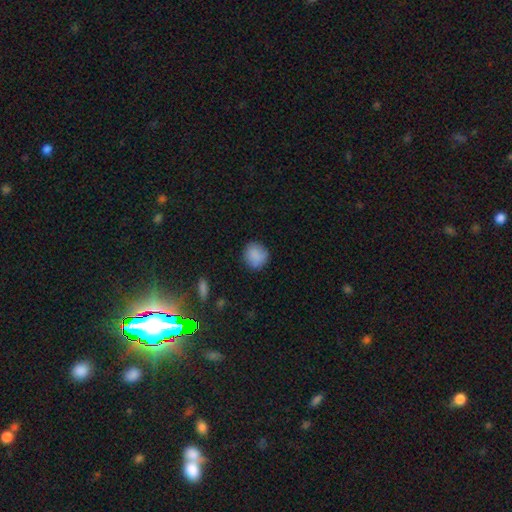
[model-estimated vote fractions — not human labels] Smooth or featured? smooth (86%)
How rounded? round (85%)
Merging? none (83%)